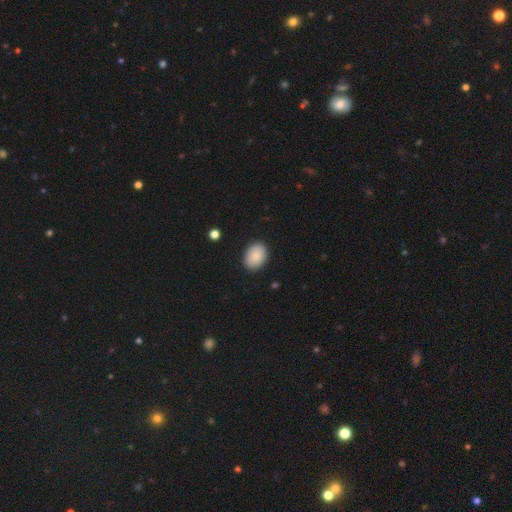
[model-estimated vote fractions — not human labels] This is clearly a smooth galaxy (87%). How rounded: likely in between (71%). Merging: clearly none (88%).